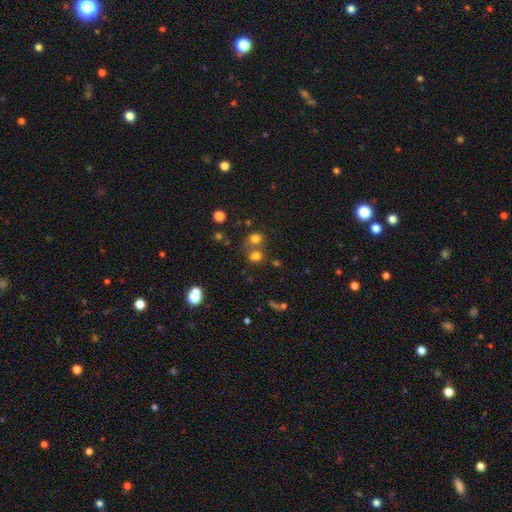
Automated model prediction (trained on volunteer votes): This appears to be a smooth galaxy with no disk features (70%) that is round (66%). Merging: none (48%).